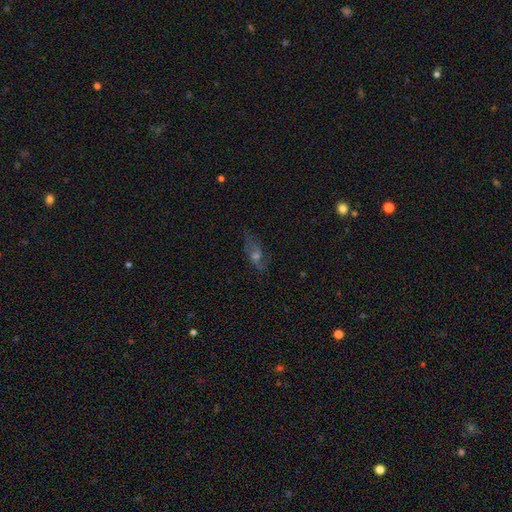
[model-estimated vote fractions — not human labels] smooth_or_featured: featured or disk (p=0.49) [alt: smooth p=0.30]
merging: none (p=0.71) [alt: minor disturbance p=0.19]